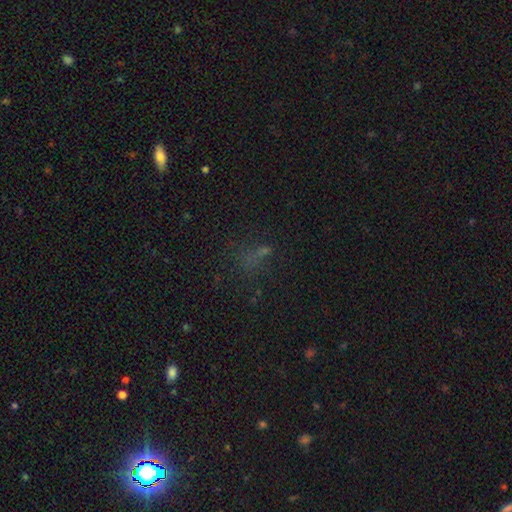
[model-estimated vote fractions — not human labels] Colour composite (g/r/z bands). It shows a star or artifact, not a galaxy (44%).